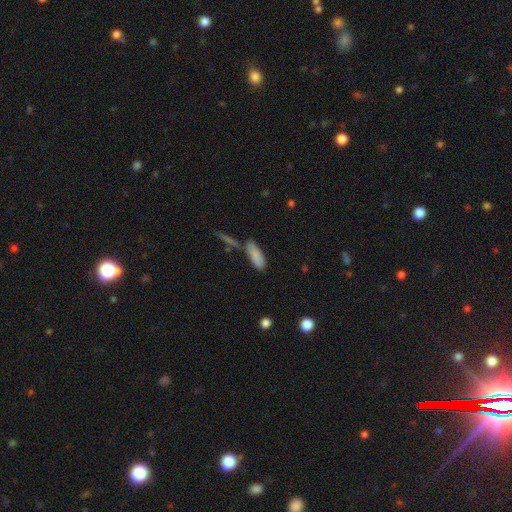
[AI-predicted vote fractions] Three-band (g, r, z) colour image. It shows a smooth galaxy with no disk features (84%) that is in between round and cigar-shaped (64%). Merging: none (60%).